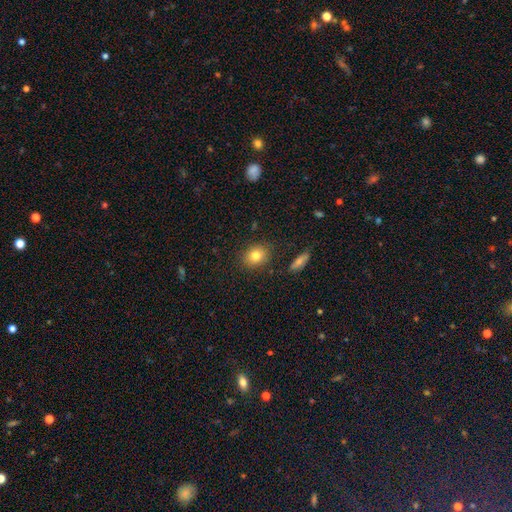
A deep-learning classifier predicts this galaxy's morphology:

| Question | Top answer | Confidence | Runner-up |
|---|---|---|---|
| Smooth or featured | smooth | 81% | star or artifact (10%) |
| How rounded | round | 55% | in between (44%) |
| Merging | none | 86% | minor disturbance (9%) |